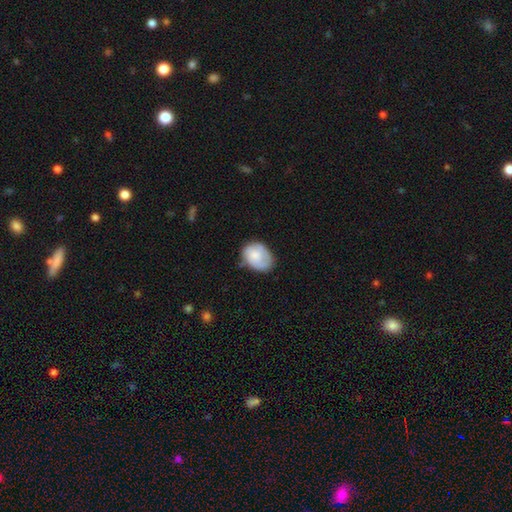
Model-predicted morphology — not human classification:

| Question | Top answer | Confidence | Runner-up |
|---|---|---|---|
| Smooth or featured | smooth | 64% | featured or disk (29%) |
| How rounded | in between | 69% | round (30%) |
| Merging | none | 57% | minor disturbance (31%) |